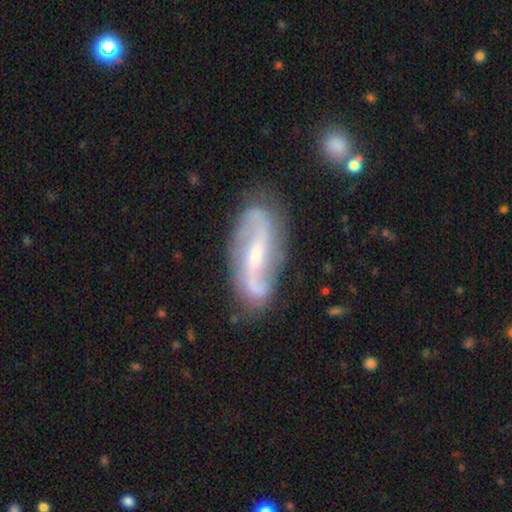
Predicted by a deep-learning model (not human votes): A featured or disk galaxy (85%) with a strong bar (40%), 2 (91%) loose (52%) spiral arms (95%) and a small central bulge (55%). Merging: none (80%).